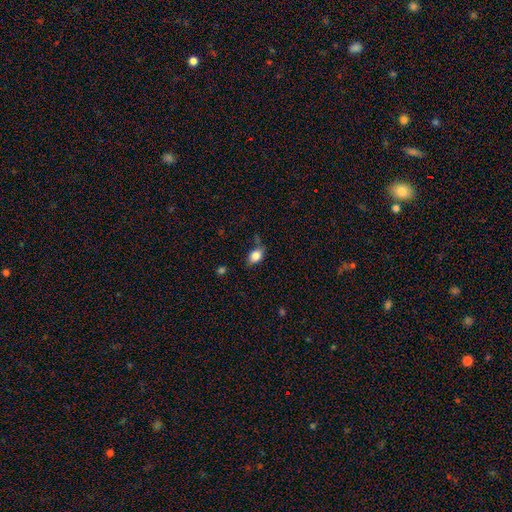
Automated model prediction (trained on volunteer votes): smooth-or-featured: smooth: 83% | star or artifact: 9% | featured or disk: 8%
  how-rounded: in between: 80% | round: 18% | cigar-shaped: 2%
  merging: none: 62% | minor disturbance: 25% | major disturbance: 8% | merger: 5%